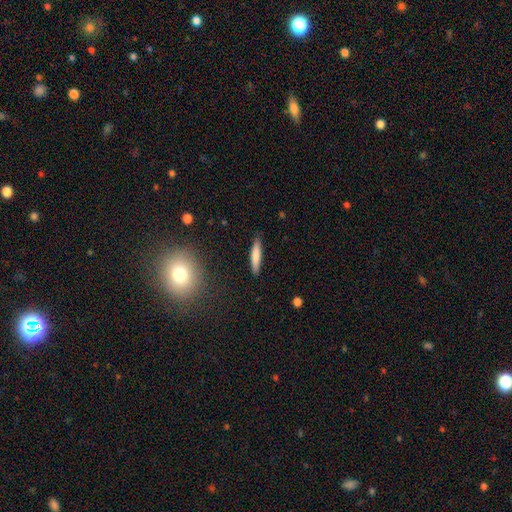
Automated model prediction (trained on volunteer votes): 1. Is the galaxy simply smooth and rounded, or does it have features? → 78% smooth, 15% featured or disk, 7% star or artifact.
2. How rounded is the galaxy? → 86% cigar-shaped, 13% in between, 1% round.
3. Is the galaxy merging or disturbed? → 87% none, 10% minor disturbance, 2% major disturbance, 1% merger.